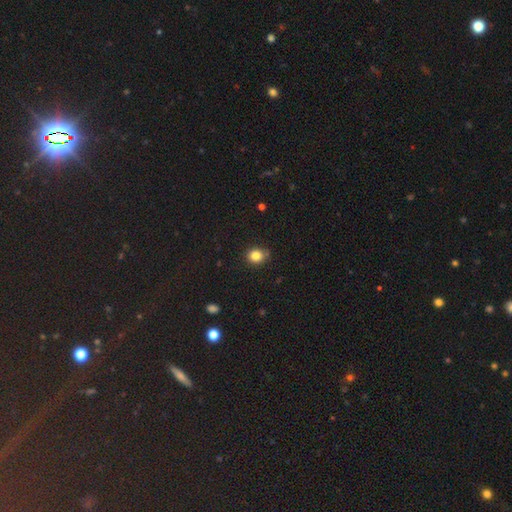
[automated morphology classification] smooth-or-featured: smooth: 84% | star or artifact: 11% | featured or disk: 5%
  how-rounded: round: 77% | in between: 22% | cigar-shaped: 1%
  merging: none: 80% | minor disturbance: 15% | major disturbance: 3% | merger: 2%